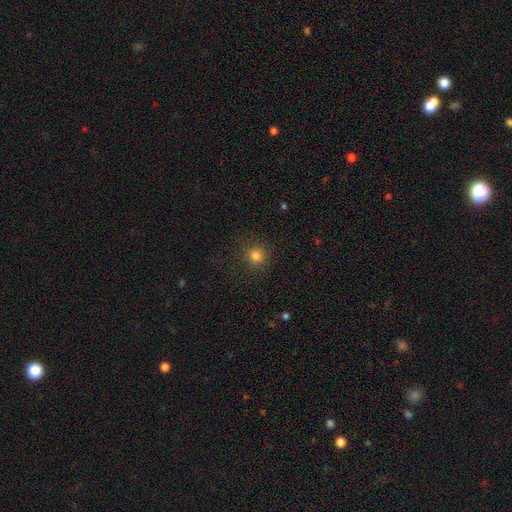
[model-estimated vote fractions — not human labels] A smooth galaxy with no disk features (80%) that is round (94%).

Vote fractions:
- Smooth or featured? smooth: 80% / star or artifact: 15% / featured or disk: 5%
- How rounded? round: 94% / in between: 5% / cigar-shaped: 1%
- Merging? none: 90% / minor disturbance: 6% / major disturbance: 3% / merger: 1%